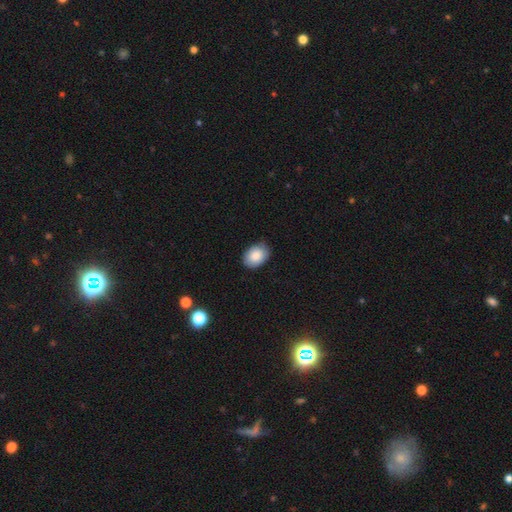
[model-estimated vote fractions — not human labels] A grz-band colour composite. It shows a smooth galaxy with no disk features (86%) that is in between round and cigar-shaped (76%). Merging: none (82%).